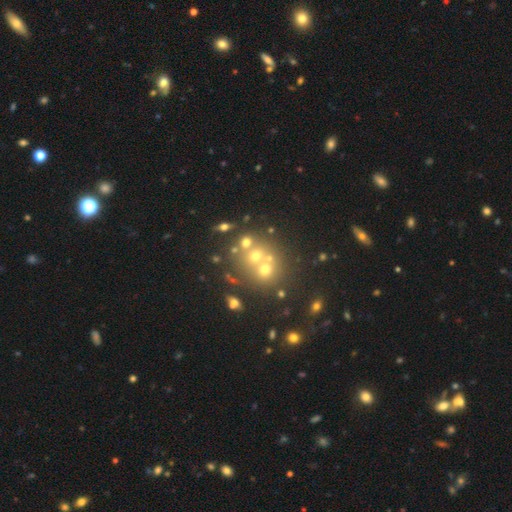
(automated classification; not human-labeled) This is possibly a smooth galaxy (54%). How rounded: likely round (78%). Merging: marginally none (45%).